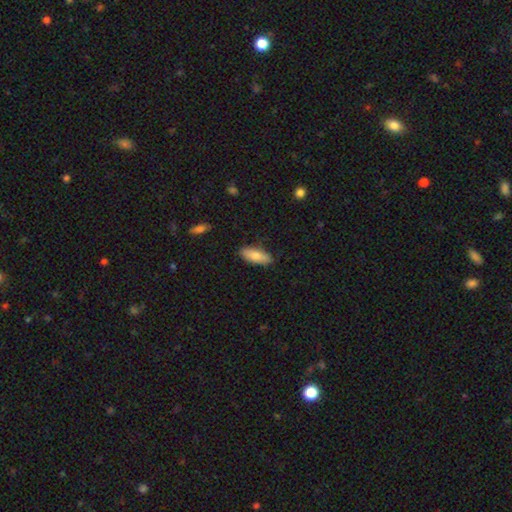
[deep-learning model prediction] Smooth or featured?
  - smooth: 78% *
  - featured or disk: 16%
  - star or artifact: 6%
How rounded?
  - in between: 73% *
  - cigar-shaped: 25%
  - round: 2%
Merging?
  - none: 84% *
  - minor disturbance: 13%
  - major disturbance: 2%
  - merger: 1%